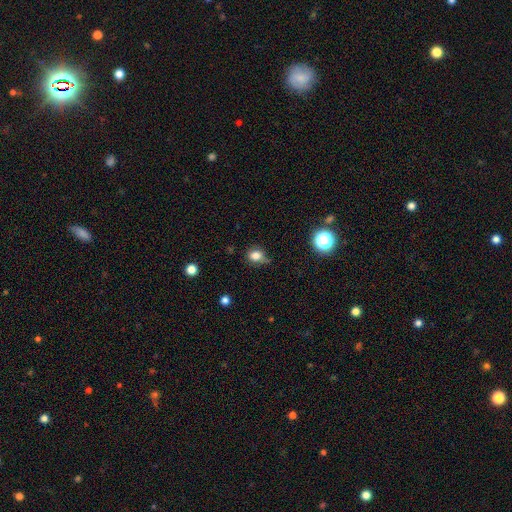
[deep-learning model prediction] Q: Smooth or featured?
A: smooth (79%); runner-up: star or artifact (13%)
Q: How rounded?
A: round (59%); runner-up: in between (40%)
Q: Merging?
A: none (57%); runner-up: minor disturbance (32%)